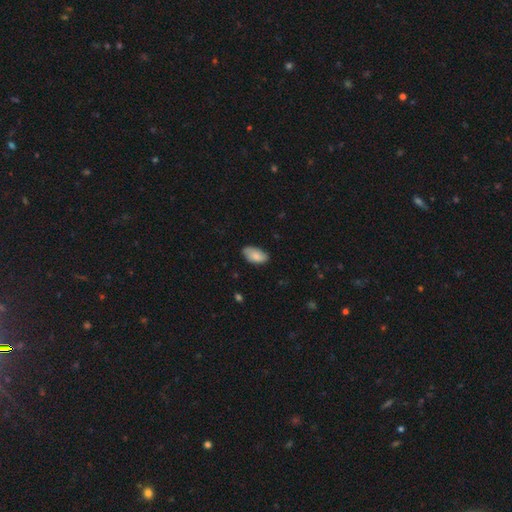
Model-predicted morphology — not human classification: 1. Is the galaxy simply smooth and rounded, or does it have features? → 81% smooth, 13% featured or disk, 6% star or artifact.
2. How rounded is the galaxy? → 94% in between, 3% round, 3% cigar-shaped.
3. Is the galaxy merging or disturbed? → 75% none, 21% minor disturbance, 3% major disturbance, 1% merger.